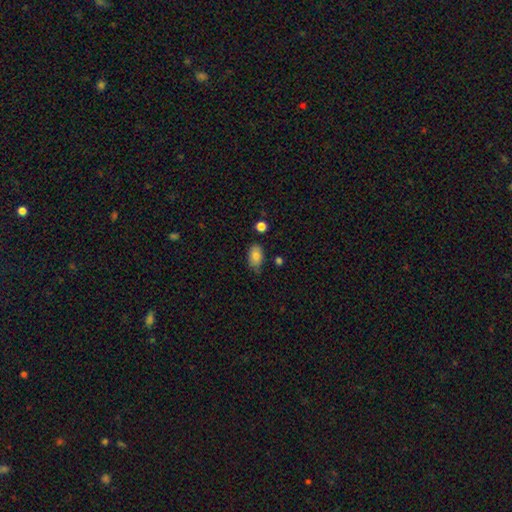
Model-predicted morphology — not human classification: Smooth or featured?
  - smooth: 82% *
  - featured or disk: 10%
  - star or artifact: 8%
How rounded?
  - in between: 88% *
  - round: 10%
  - cigar-shaped: 2%
Merging?
  - none: 69% *
  - minor disturbance: 24%
  - major disturbance: 4%
  - merger: 3%